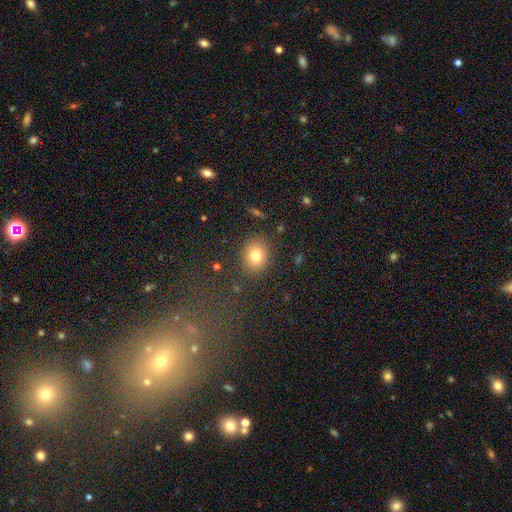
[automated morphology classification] A smooth galaxy with no disk features (78%) that is round (69%). Merging: none (86%).